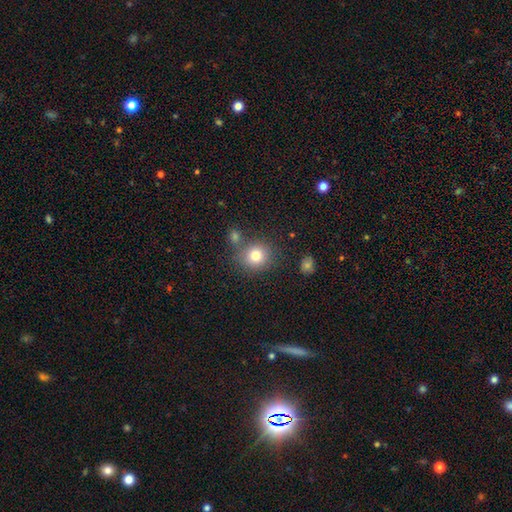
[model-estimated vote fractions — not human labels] Smooth or featured: smooth — 80% (star or artifact — 12%)
How rounded: round — 85% (in between — 14%)
Merging: none — 72% (merger — 13%)